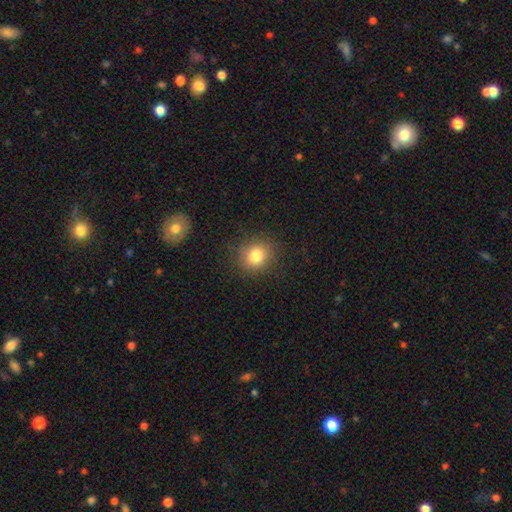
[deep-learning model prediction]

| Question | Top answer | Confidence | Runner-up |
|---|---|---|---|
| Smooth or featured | smooth | 81% | star or artifact (11%) |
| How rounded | round | 83% | in between (16%) |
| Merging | none | 87% | minor disturbance (9%) |